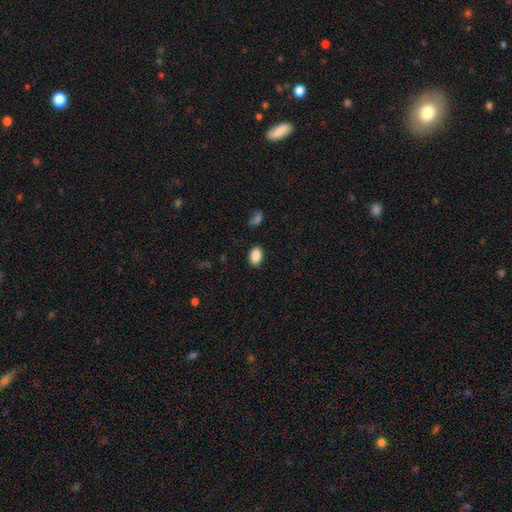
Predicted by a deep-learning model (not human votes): A smooth galaxy with no disk features (88%) that is in between round and cigar-shaped (89%).

Vote fractions:
- Smooth or featured? smooth: 88% / star or artifact: 8% / featured or disk: 4%
- How rounded? in between: 89% / round: 10% / cigar-shaped: 1%
- Merging? none: 87% / minor disturbance: 9% / major disturbance: 2% / merger: 1%